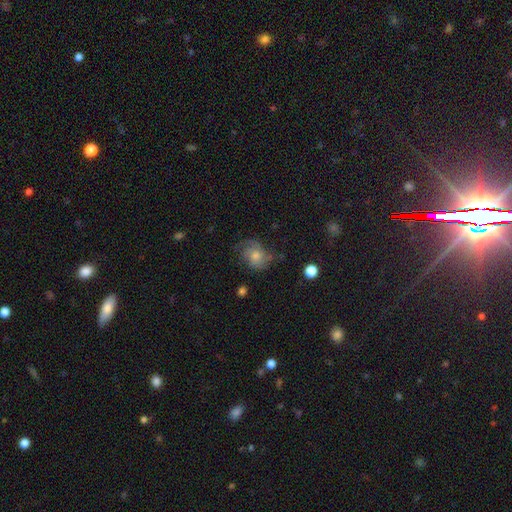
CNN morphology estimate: Overall: featured or disk (58%; smooth 30%). Edge-on disk: no (97%). Bar: no (78%). Spiral arms: yes (87%). Bulge size: moderate (57%; small 31%). Merging: none (60%; minor disturbance 23%).